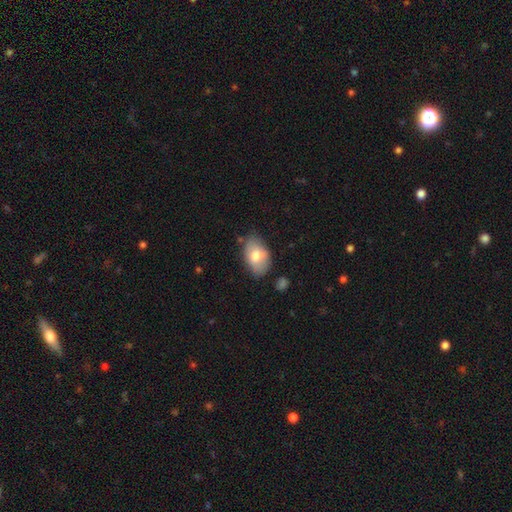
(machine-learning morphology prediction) Q: Smooth or featured?
A: smooth (72%); runner-up: featured or disk (21%)
Q: How rounded?
A: in between (90%); runner-up: round (8%)
Q: Merging?
A: none (69%); runner-up: minor disturbance (24%)